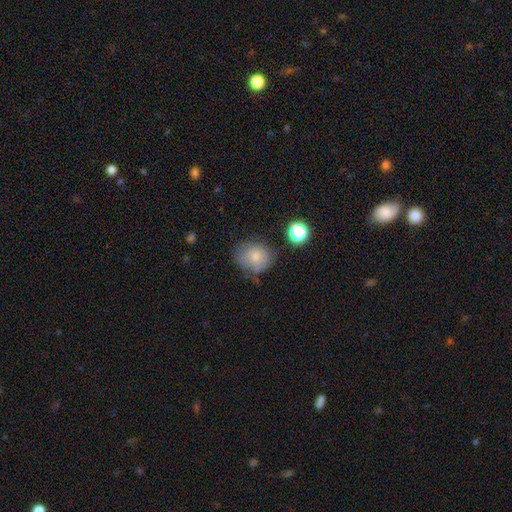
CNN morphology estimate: Q: Smooth or featured?
A: smooth (72%); runner-up: featured or disk (17%)
Q: How rounded?
A: round (66%); runner-up: in between (34%)
Q: Merging?
A: none (54%); runner-up: minor disturbance (30%)